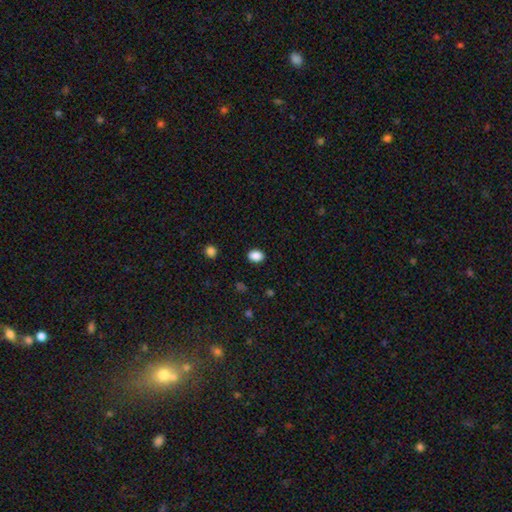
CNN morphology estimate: smooth-or-featured: smooth: 88% | star or artifact: 9% | featured or disk: 3%
  how-rounded: in between: 69% | round: 29% | cigar-shaped: 1%
  merging: none: 88% | minor disturbance: 8% | major disturbance: 2% | merger: 1%